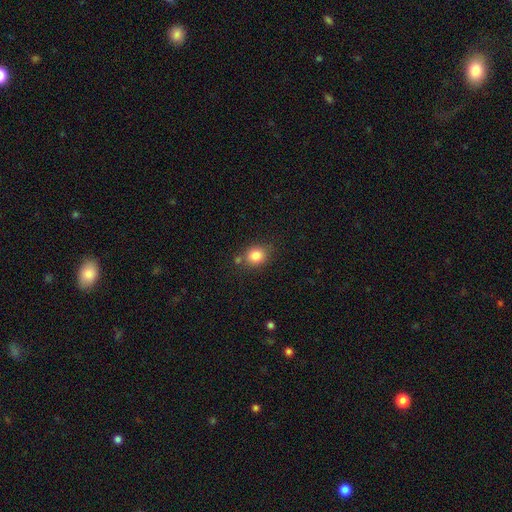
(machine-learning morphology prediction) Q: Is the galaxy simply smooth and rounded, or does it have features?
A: smooth — 84%.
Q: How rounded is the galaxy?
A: round — 67%.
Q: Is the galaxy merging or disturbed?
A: none — 72%.